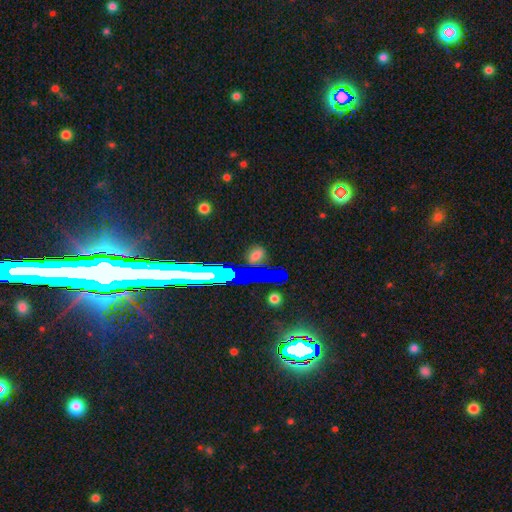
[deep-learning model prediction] The model was most divided on "smooth or featured" (2-way tie): smooth: 43%, star or artifact: 43%, featured or disk: 14%. More confident: merging — none (81%).